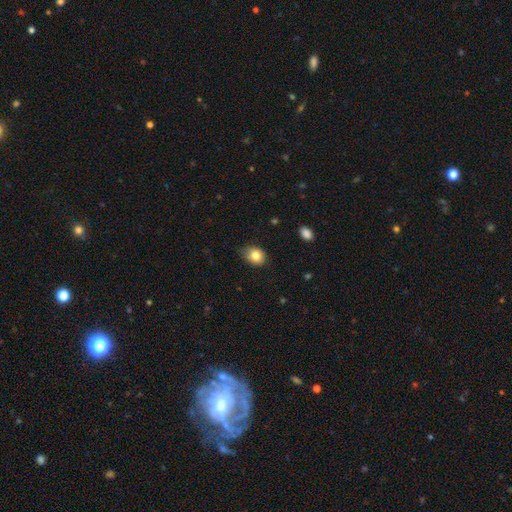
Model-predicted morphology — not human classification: smooth-or-featured: smooth: 81% | star or artifact: 10% | featured or disk: 9%
  how-rounded: in between: 57% | round: 42% | cigar-shaped: 1%
  merging: none: 71% | minor disturbance: 24% | major disturbance: 4% | merger: 1%